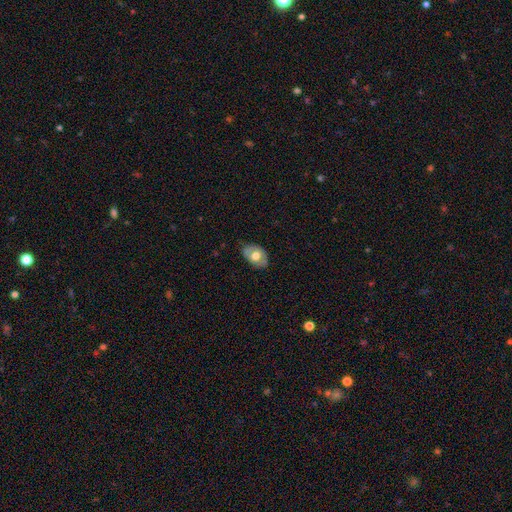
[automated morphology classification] A smooth galaxy with no disk features (57%) that is in between round and cigar-shaped (80%). Merging: none (76%).